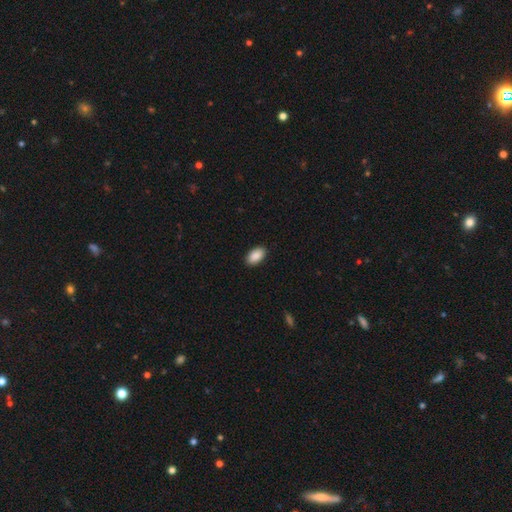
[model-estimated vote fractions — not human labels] Smooth or featured? Predicted: smooth (p=0.90). How rounded? Predicted: in between (p=0.95). Merging? Predicted: none (p=0.90).